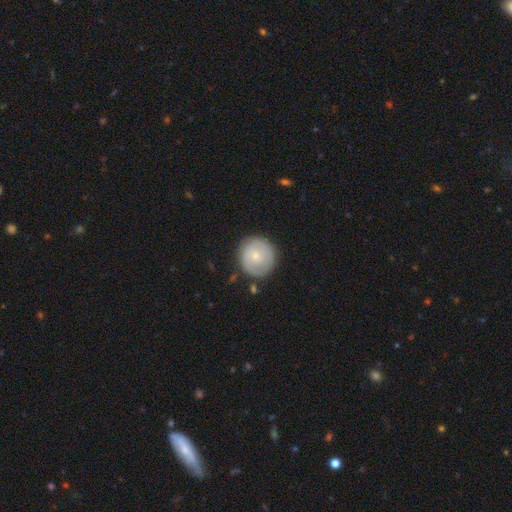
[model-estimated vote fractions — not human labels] Q: Smooth or featured?
A: smooth (59%); runner-up: featured or disk (35%)
Q: How rounded?
A: round (93%); runner-up: in between (6%)
Q: Merging?
A: none (82%); runner-up: minor disturbance (12%)